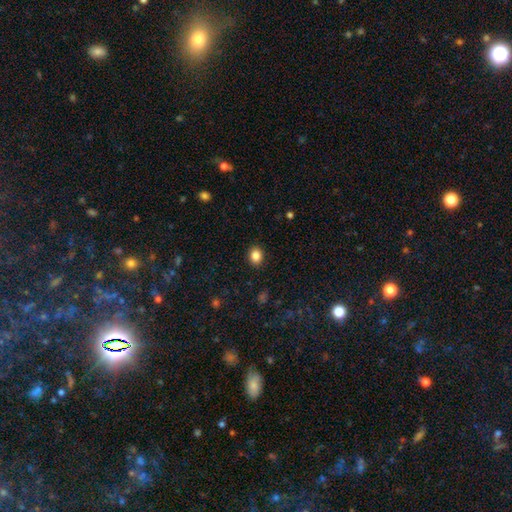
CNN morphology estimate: smooth_or_featured: smooth (p=0.85) [alt: star or artifact p=0.10]
how_rounded: round (p=0.53) [alt: in between p=0.46]
merging: none (p=0.90) [alt: minor disturbance p=0.07]